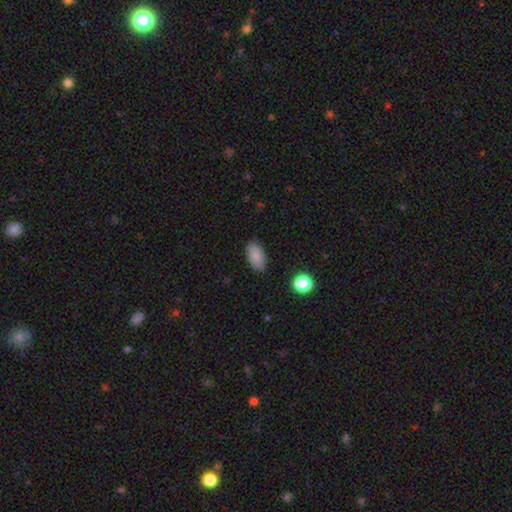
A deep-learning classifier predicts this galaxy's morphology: A smooth galaxy with no disk features (86%) that is in between round and cigar-shaped (92%).

Vote fractions:
- Smooth or featured? smooth: 86% / star or artifact: 9% / featured or disk: 6%
- How rounded? in between: 92% / round: 4% / cigar-shaped: 4%
- Merging? none: 85% / minor disturbance: 11% / major disturbance: 3% / merger: 1%